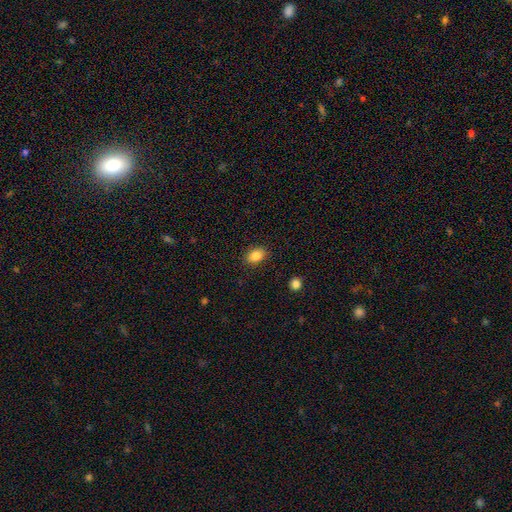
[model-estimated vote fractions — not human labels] Smooth or featured? Predicted: smooth (p=0.86). How rounded? Predicted: in between (p=0.75). Merging? Predicted: none (p=0.87).